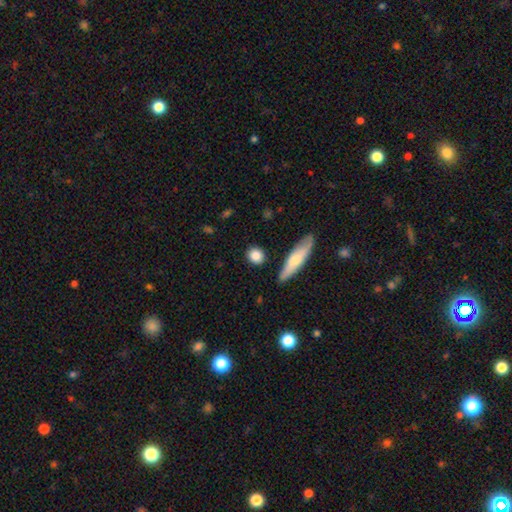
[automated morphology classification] A smooth galaxy with no disk features (83%) that is round (72%).

Vote fractions:
- Smooth or featured? smooth: 83% / featured or disk: 10% / star or artifact: 7%
- How rounded? round: 72% / in between: 21% / cigar-shaped: 7%
- Merging? none: 85% / minor disturbance: 9% / merger: 4% / major disturbance: 3%